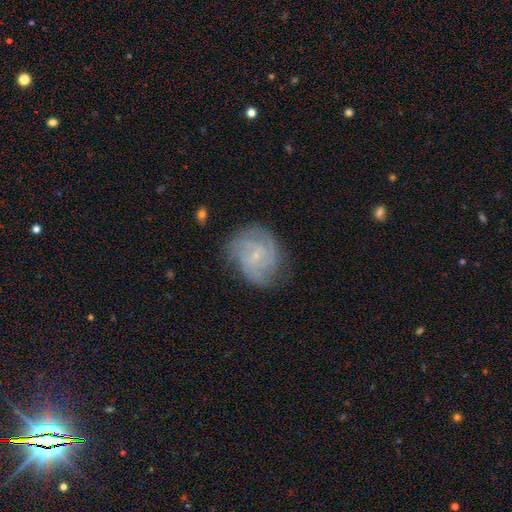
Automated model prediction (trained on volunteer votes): A featured or disk galaxy (75%) with no bar (53%), tight (52%) spiral arms (93%) and a small central bulge (76%).

Vote fractions:
- Smooth or featured? featured or disk: 75% / smooth: 17% / star or artifact: 8%
- Edge-on disk? no: 98% / yes: 2%
- Bar? no: 53% / weak: 40% / strong: 7%
- Spiral arms? yes: 93% / no: 7%
- Spiral winding? tight: 52% / medium: 37% / loose: 10%
- Spiral arm count? can't tell: 32% / 3: 24% / 2: 21% / 4: 12% / more than 4: 6% / 1: 5%
- Bulge size? small: 76% / moderate: 14% / none: 8% / large: 1% / dominant: 1%
- Merging? none: 70% / minor disturbance: 21% / major disturbance: 8% / merger: 1%